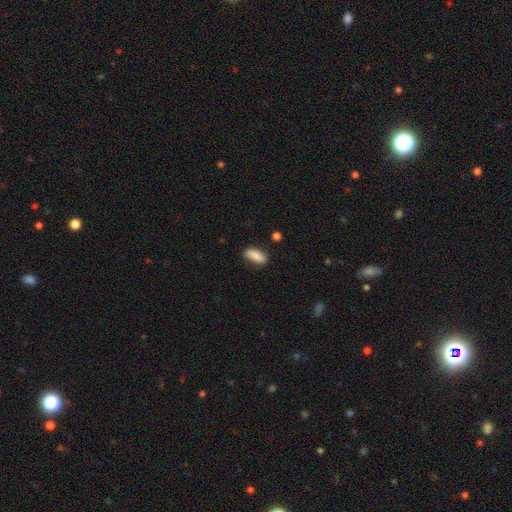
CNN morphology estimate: smooth-or-featured: smooth: 86% | featured or disk: 7% | star or artifact: 7%
  how-rounded: in between: 77% | cigar-shaped: 20% | round: 3%
  merging: none: 79% | minor disturbance: 16% | major disturbance: 3% | merger: 2%